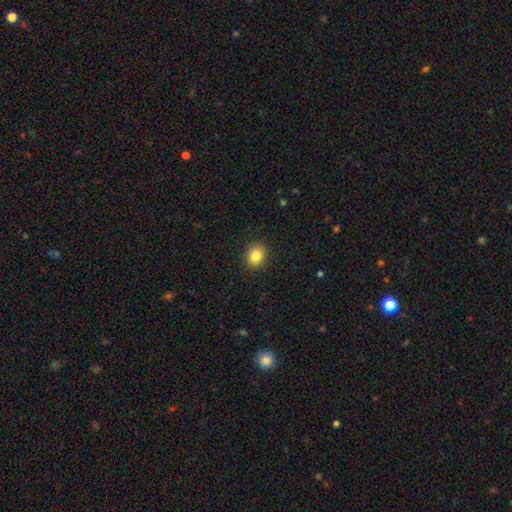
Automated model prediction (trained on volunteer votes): Smooth or featured?
  - smooth: 84% *
  - star or artifact: 10%
  - featured or disk: 6%
How rounded?
  - round: 64% *
  - in between: 35%
  - cigar-shaped: 1%
Merging?
  - none: 91% *
  - minor disturbance: 6%
  - major disturbance: 2%
  - merger: 1%